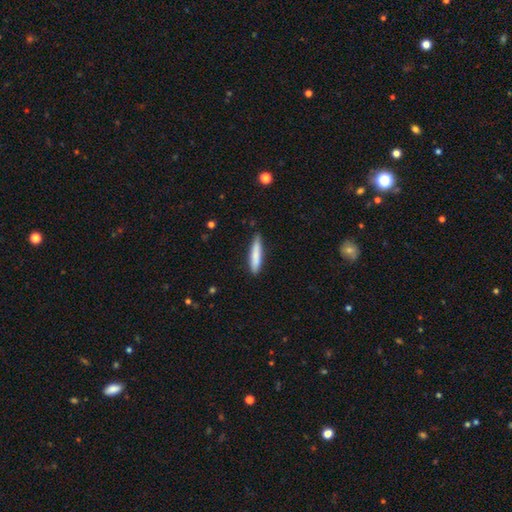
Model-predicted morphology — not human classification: A smooth galaxy with no disk features (79%) that is cigar-shaped (89%). Merging: none (83%).